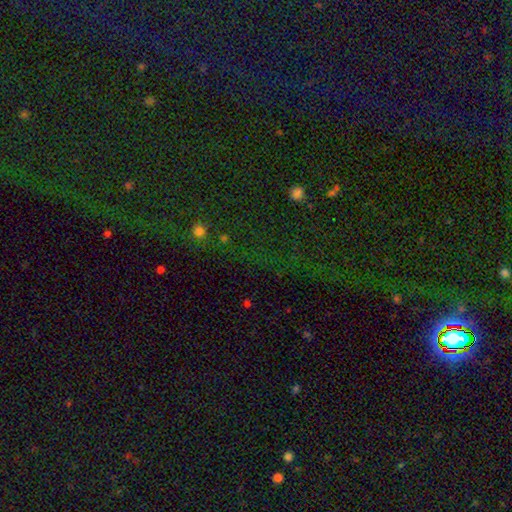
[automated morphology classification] Overall: star or artifact (78%).